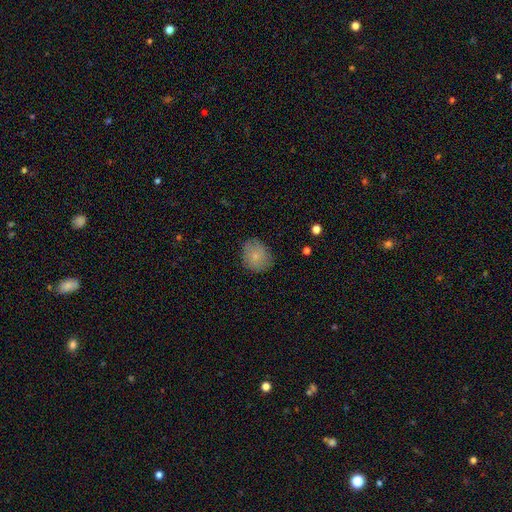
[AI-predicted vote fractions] A smooth galaxy with no disk features (74%) that is round (67%).

Vote fractions:
- Smooth or featured? smooth: 74% / featured or disk: 18% / star or artifact: 8%
- How rounded? round: 67% / in between: 32% / cigar-shaped: 1%
- Merging? none: 76% / minor disturbance: 19% / major disturbance: 4% / merger: 1%